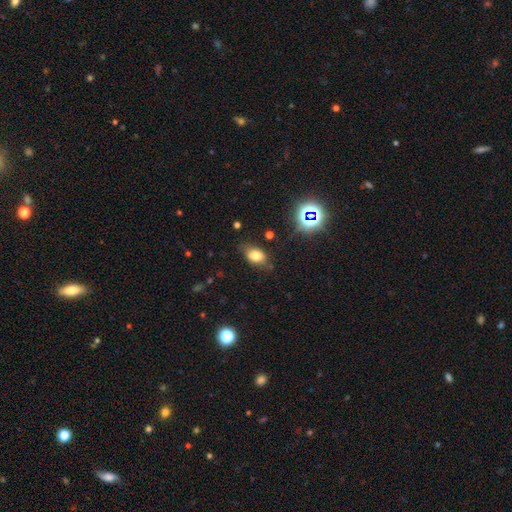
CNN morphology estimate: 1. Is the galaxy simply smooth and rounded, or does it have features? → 73% smooth, 14% star or artifact, 13% featured or disk.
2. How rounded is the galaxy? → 83% in between, 15% round, 2% cigar-shaped.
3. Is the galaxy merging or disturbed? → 70% none, 22% minor disturbance, 6% major disturbance, 2% merger.